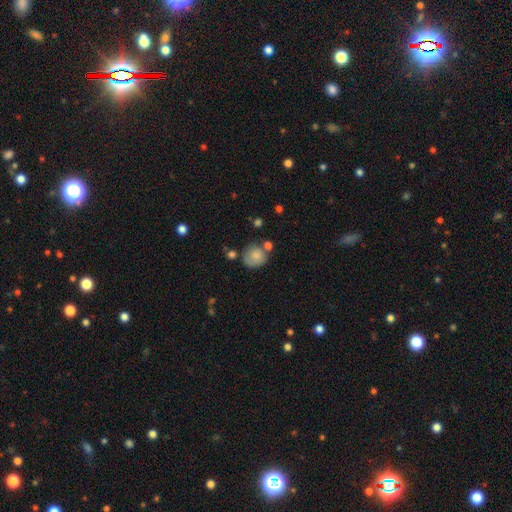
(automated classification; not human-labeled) Smooth or featured? Predicted: smooth (p=0.76). How rounded? Predicted: round (p=0.81). Merging? Predicted: none (p=0.55).